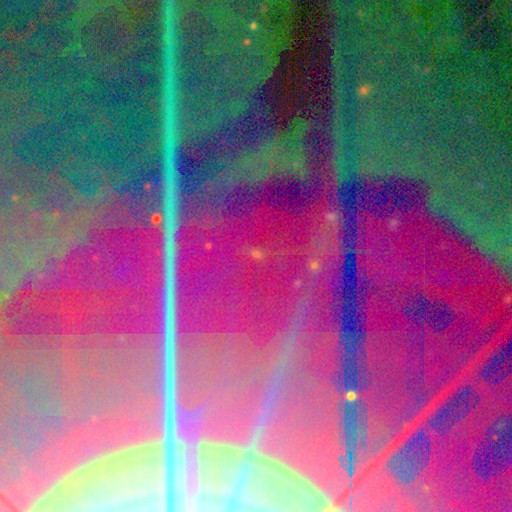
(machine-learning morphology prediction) Smooth or featured?
  - star or artifact: 87% *
  - featured or disk: 8%
  - smooth: 5%